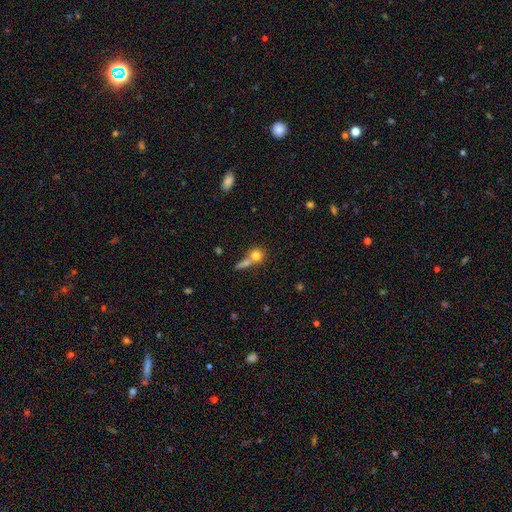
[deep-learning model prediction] A smooth galaxy with no disk features (74%) that is round (80%).

Vote fractions:
- Smooth or featured? smooth: 74% / featured or disk: 15% / star or artifact: 10%
- How rounded? round: 80% / in between: 15% / cigar-shaped: 5%
- Merging? merger: 45% / none: 40% / minor disturbance: 9% / major disturbance: 6%